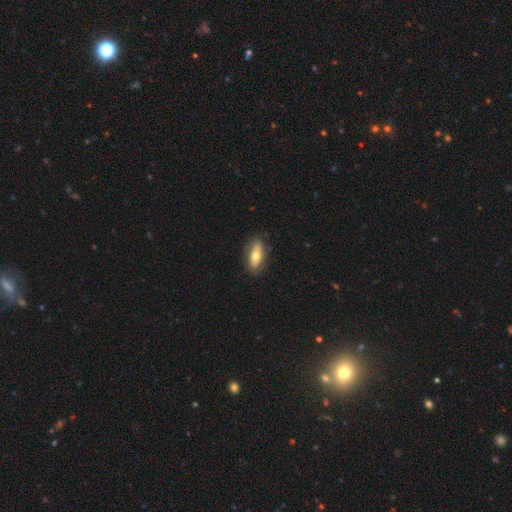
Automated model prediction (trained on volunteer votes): This is likely a smooth galaxy (63%). How rounded: clearly in between (81%). Merging: clearly none (83%).